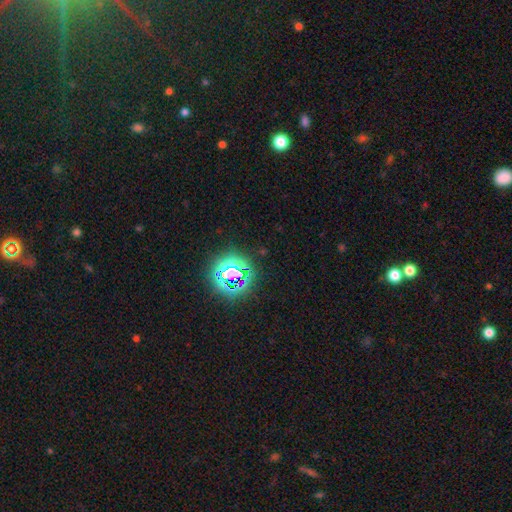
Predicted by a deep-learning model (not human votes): A star or artifact, not a galaxy (76%).